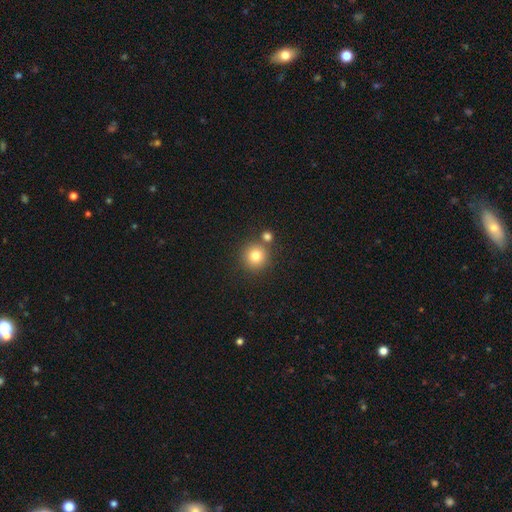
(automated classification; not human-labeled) Morphology: type=smooth (80%); roundness=round (93%); merging=none (73%).